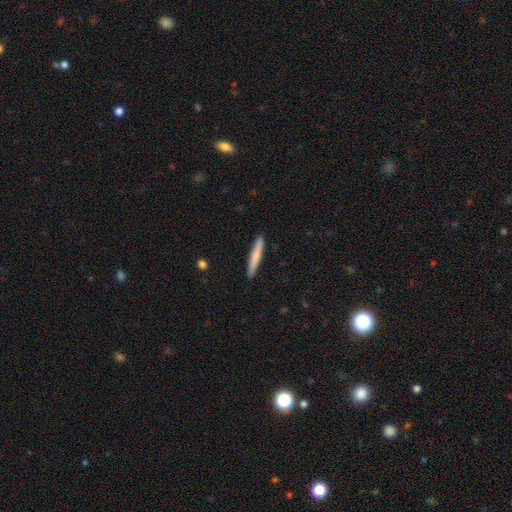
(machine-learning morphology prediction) Smooth or featured? Predicted: smooth (p=0.72). How rounded? Predicted: cigar-shaped (p=0.95). Merging? Predicted: none (p=0.91).